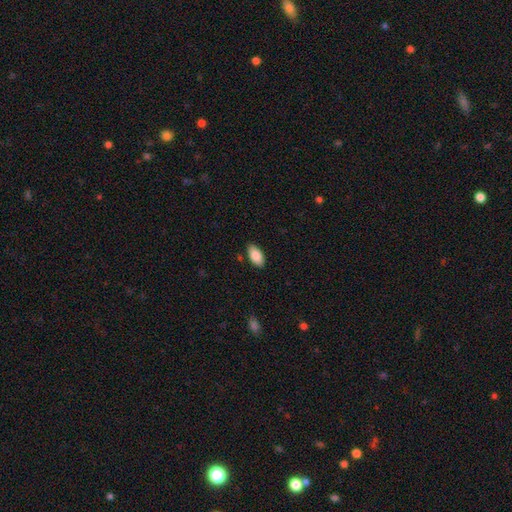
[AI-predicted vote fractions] smooth_or_featured: smooth (p=0.88) [alt: star or artifact p=0.06]
how_rounded: in between (p=0.94) [alt: cigar-shaped p=0.04]
merging: none (p=0.84) [alt: minor disturbance p=0.12]